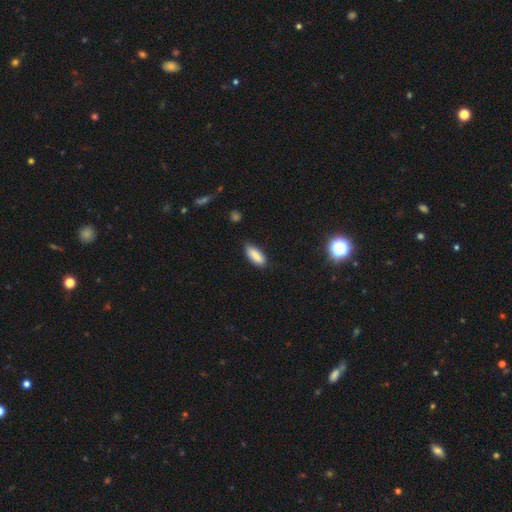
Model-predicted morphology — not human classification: The model was most divided on "how rounded": in between: 71%, cigar-shaped: 28%, round: 2%. More confident: smooth or featured — smooth (85%); merging — none (77%).